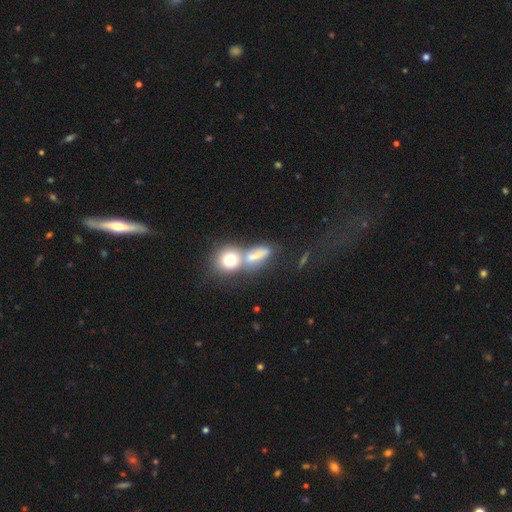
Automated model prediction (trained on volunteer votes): Smooth or featured?
  - smooth: 65% *
  - featured or disk: 19%
  - star or artifact: 16%
How rounded?
  - in between: 45% *
  - round: 38%
  - cigar-shaped: 17%
Merging?
  - merger: 44% *
  - none: 38%
  - minor disturbance: 11%
  - major disturbance: 8%